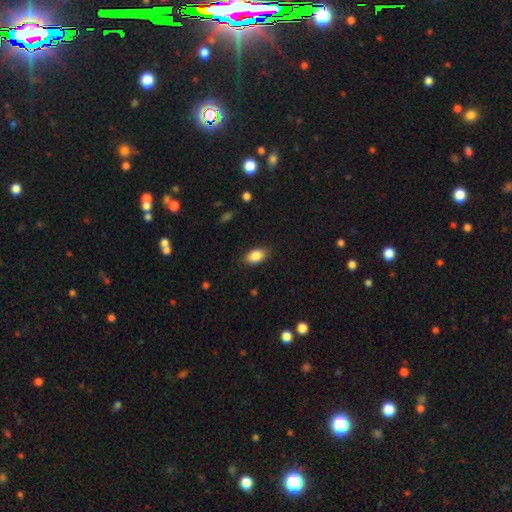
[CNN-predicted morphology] type=smooth (87%); roundness=in between (88%); merging=none (84%).